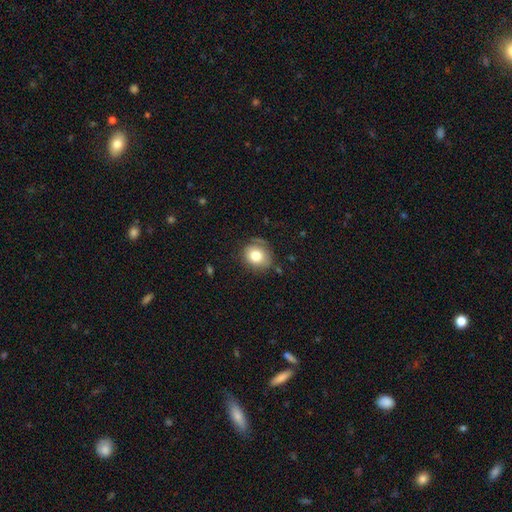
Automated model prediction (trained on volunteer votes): Smooth or featured: smooth — 77% (featured or disk — 13%)
How rounded: round — 74% (in between — 25%)
Merging: none — 73% (minor disturbance — 19%)